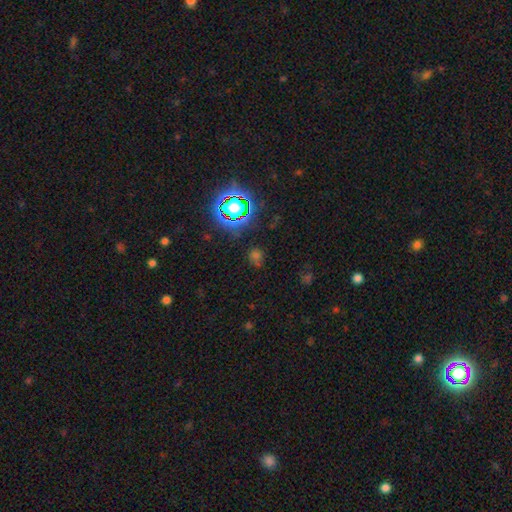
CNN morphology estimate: Overall: star or artifact (53%; smooth 39%).